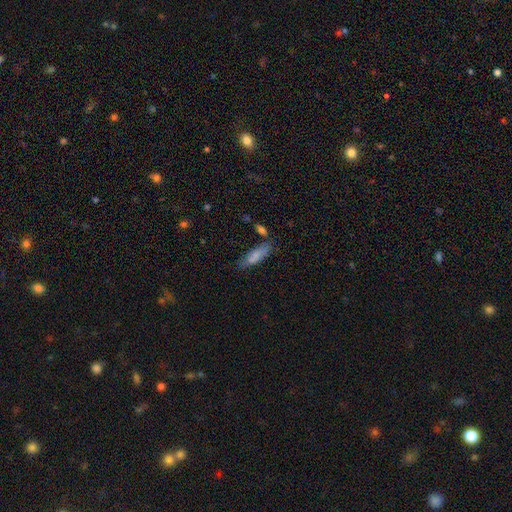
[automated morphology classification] Smooth or featured?
  - smooth: 78% *
  - featured or disk: 15%
  - star or artifact: 7%
How rounded?
  - cigar-shaped: 53% *
  - in between: 45%
  - round: 2%
Merging?
  - none: 62% *
  - minor disturbance: 23%
  - merger: 9%
  - major disturbance: 6%